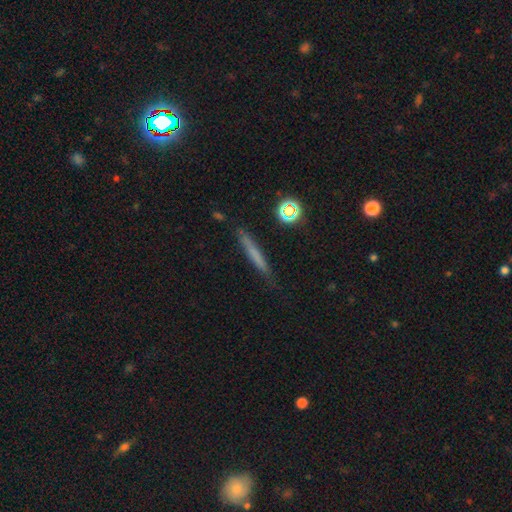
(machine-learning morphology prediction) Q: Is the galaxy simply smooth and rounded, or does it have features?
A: smooth — 64%.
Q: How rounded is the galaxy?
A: cigar-shaped — 93%.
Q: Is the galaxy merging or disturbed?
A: none — 80%.